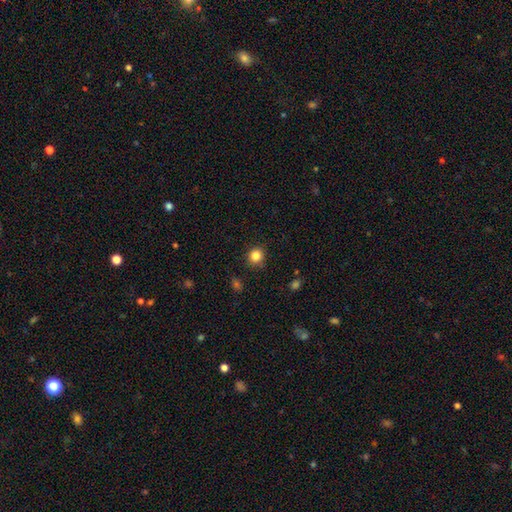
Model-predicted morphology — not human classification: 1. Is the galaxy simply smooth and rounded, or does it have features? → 84% smooth, 12% star or artifact, 5% featured or disk.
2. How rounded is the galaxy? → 90% round, 9% in between, 1% cigar-shaped.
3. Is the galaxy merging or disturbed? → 87% none, 9% minor disturbance, 2% major disturbance, 2% merger.